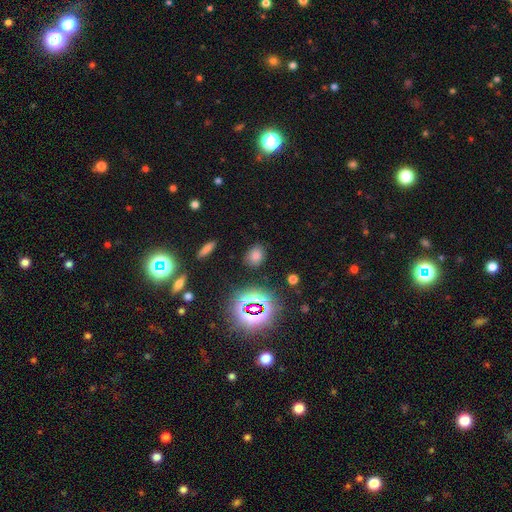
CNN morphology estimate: Smooth or featured: smooth — 69% (star or artifact — 24%)
How rounded: in between — 51% (round — 47%)
Merging: none — 81% (minor disturbance — 12%)